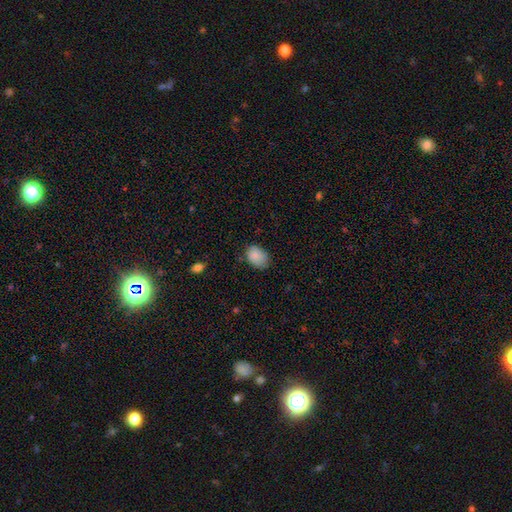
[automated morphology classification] Smooth or featured? smooth (86%)
How rounded? in between (76%)
Merging? none (68%)